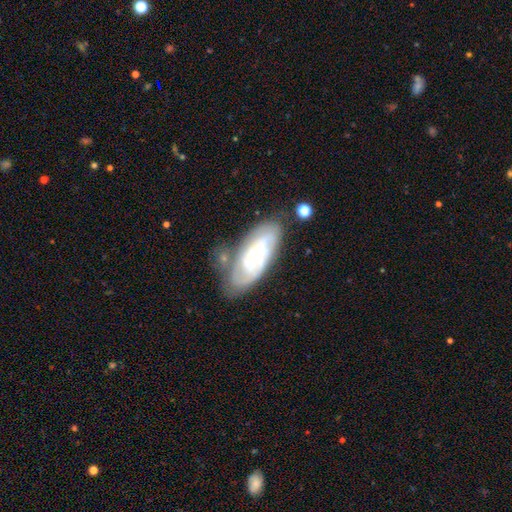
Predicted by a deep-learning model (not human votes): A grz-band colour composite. It shows a featured or disk galaxy (72%) with no bar (70%), tight (62%) spiral arms (87%) and a small central bulge (64%). Merging: none (61%).